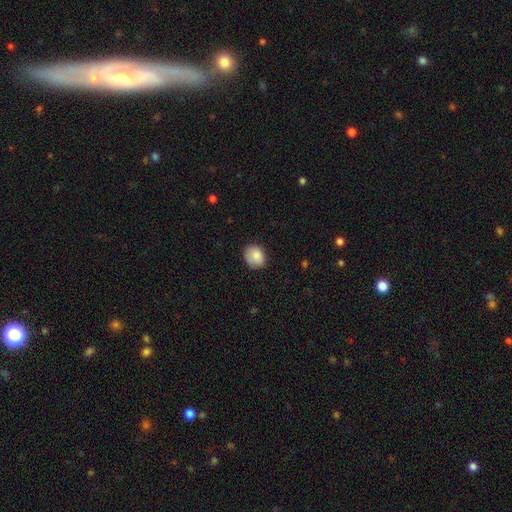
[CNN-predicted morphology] Smooth or featured? Predicted: smooth (p=0.87). How rounded? Predicted: round (p=0.51). Merging? Predicted: none (p=0.77).